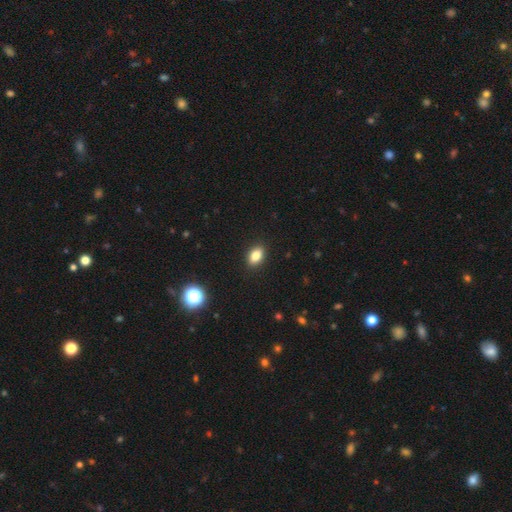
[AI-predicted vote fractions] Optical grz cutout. It shows a smooth galaxy with no disk features (83%) that is in between round and cigar-shaped (84%). Merging: none (90%).